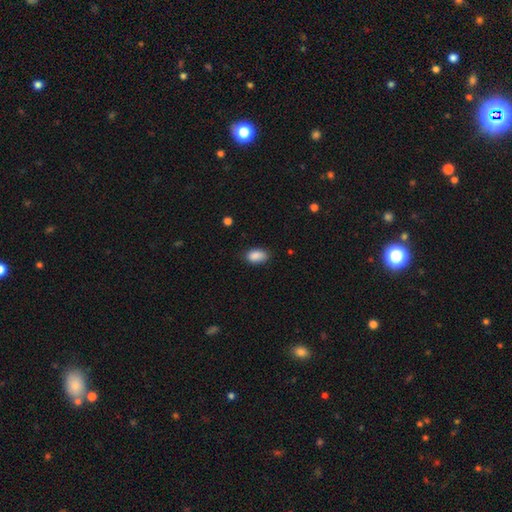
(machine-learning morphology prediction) Smooth or featured? Predicted: smooth (p=0.89). How rounded? Predicted: in between (p=0.90). Merging? Predicted: none (p=0.76).